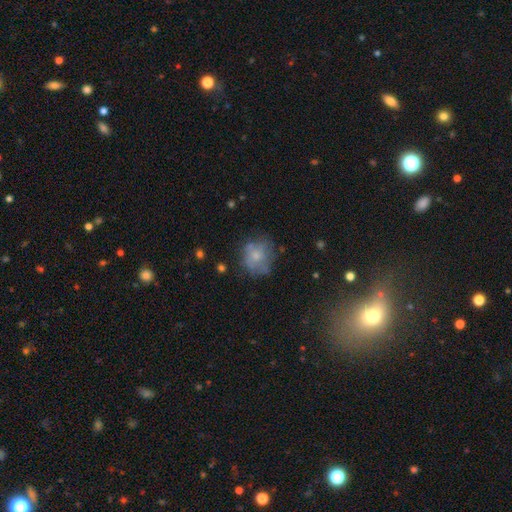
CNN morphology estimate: Overall: smooth (56%; featured or disk 34%). How rounded: round (71%). Merging: none (56%; minor disturbance 25%).